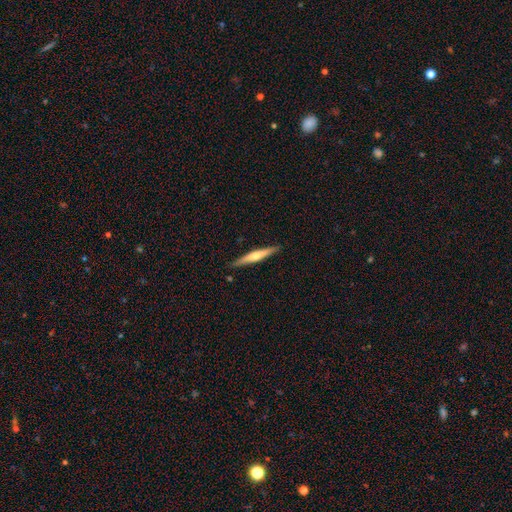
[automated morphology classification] The model was most divided on "smooth or featured": featured or disk: 56%, smooth: 39%, star or artifact: 5%. More confident: edge-on disk — yes (97%); merging — none (89%); edge-on bulge — rounded (78%).